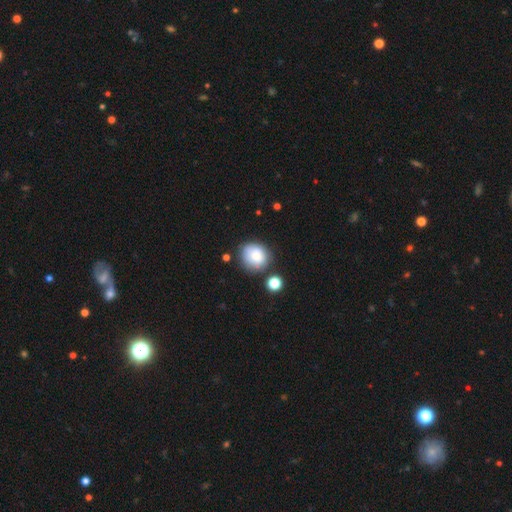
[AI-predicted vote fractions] The model was most divided on "merging": none: 66%, minor disturbance: 19%, merger: 9%, major disturbance: 6%. More confident: smooth or featured — smooth (79%); how rounded — round (77%).